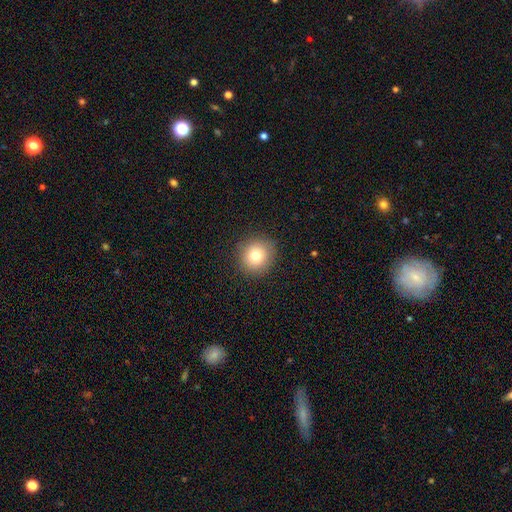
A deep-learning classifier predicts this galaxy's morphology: smooth-or-featured: smooth: 79% | star or artifact: 11% | featured or disk: 10%
  how-rounded: round: 91% | in between: 8% | cigar-shaped: 1%
  merging: none: 90% | minor disturbance: 7% | major disturbance: 2% | merger: 1%